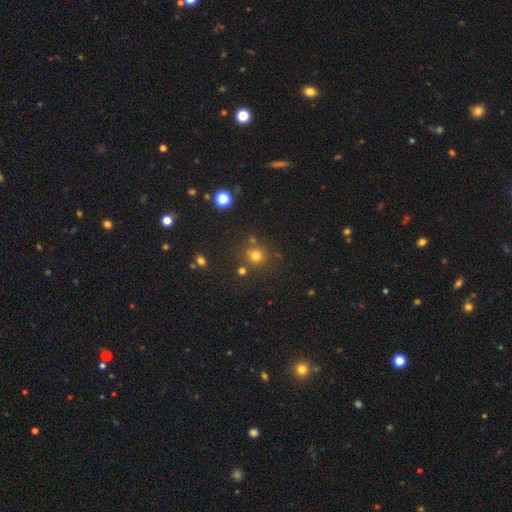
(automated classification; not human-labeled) A smooth galaxy with no disk features (73%) that is round (92%). Merging: none (77%).